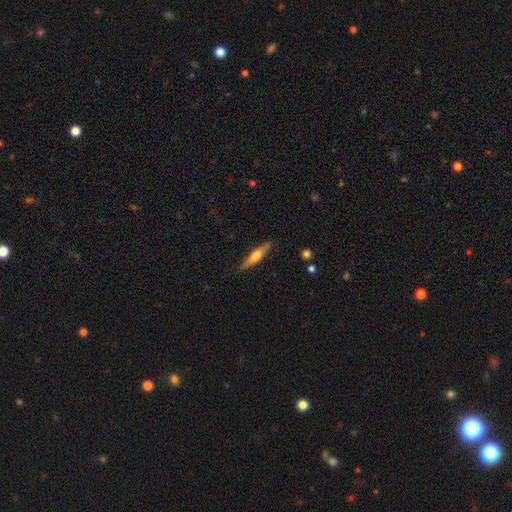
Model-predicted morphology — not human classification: A featured or disk galaxy (53%) viewed edge-on (95%) with a rounded central bulge (84%). Merging: none (88%).